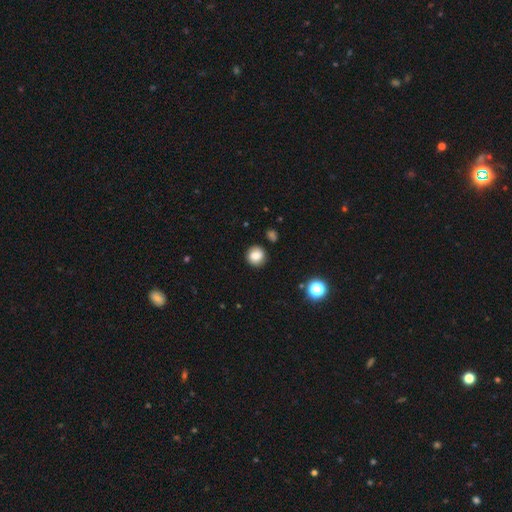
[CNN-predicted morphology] smooth-or-featured: smooth: 77% | featured or disk: 12% | star or artifact: 11%
  how-rounded: round: 88% | in between: 11% | cigar-shaped: 1%
  merging: none: 86% | minor disturbance: 10% | major disturbance: 3% | merger: 2%